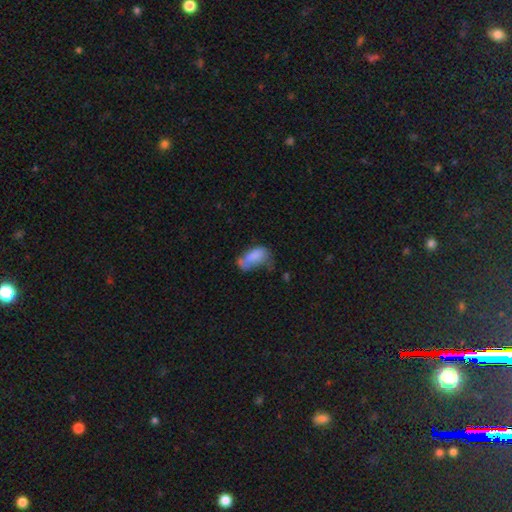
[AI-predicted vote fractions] smooth-or-featured: smooth: 70% | featured or disk: 21% | star or artifact: 10%
  how-rounded: in between: 90% | cigar-shaped: 5% | round: 5%
  merging: major disturbance: 33% | minor disturbance: 27% | none: 24% | merger: 17%